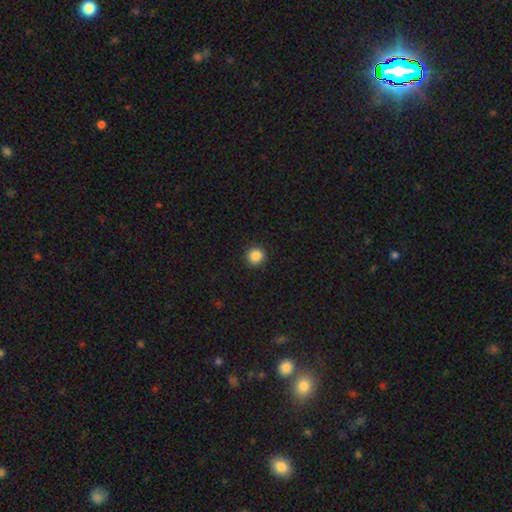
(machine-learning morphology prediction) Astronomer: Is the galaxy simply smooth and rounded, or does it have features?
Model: smooth — 87%.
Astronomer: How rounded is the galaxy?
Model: round — 95%.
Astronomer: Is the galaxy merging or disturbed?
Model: none — 92%.